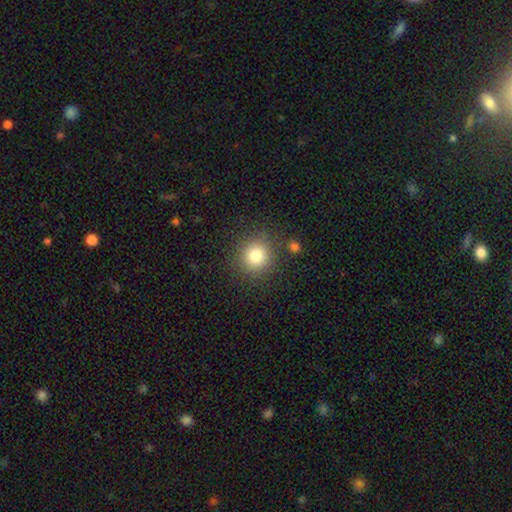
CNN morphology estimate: smooth-or-featured: smooth: 81% | star or artifact: 12% | featured or disk: 7%
  how-rounded: round: 91% | in between: 8% | cigar-shaped: 1%
  merging: none: 85% | minor disturbance: 8% | major disturbance: 3% | merger: 3%